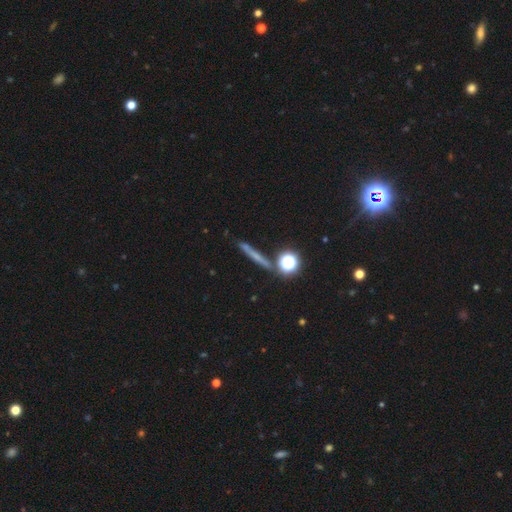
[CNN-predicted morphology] Smooth or featured: smooth — 44% (featured or disk — 36%)
Merging: none — 83% (minor disturbance — 9%)